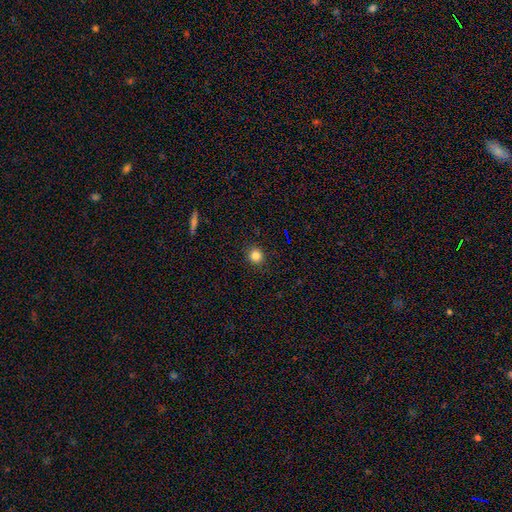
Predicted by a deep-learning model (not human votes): Overall: smooth (83%). How rounded: round (89%). Merging: none (91%).